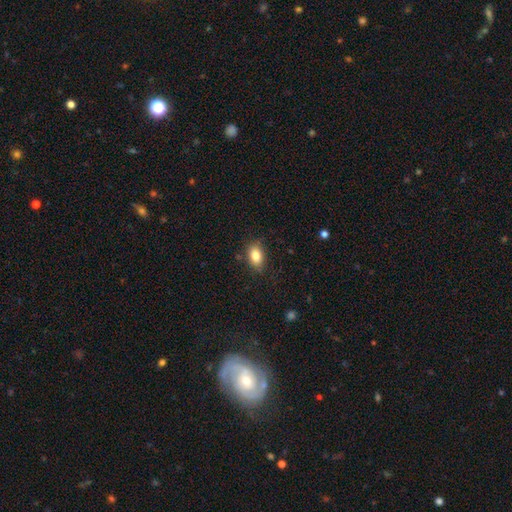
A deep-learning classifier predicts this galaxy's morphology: smooth_or_featured: smooth (p=0.84) [alt: star or artifact p=0.09]
how_rounded: in between (p=0.86) [alt: round p=0.13]
merging: none (p=0.82) [alt: minor disturbance p=0.13]